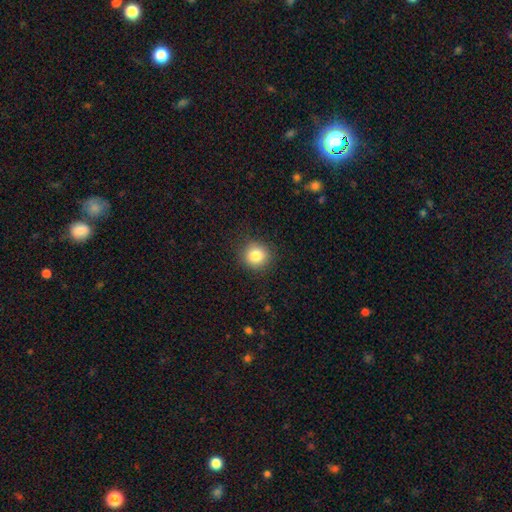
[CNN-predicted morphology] smooth 83%, star or artifact 10%, featured or disk 6%. Down the decision tree: how rounded — round (91%); merging — none (89%).